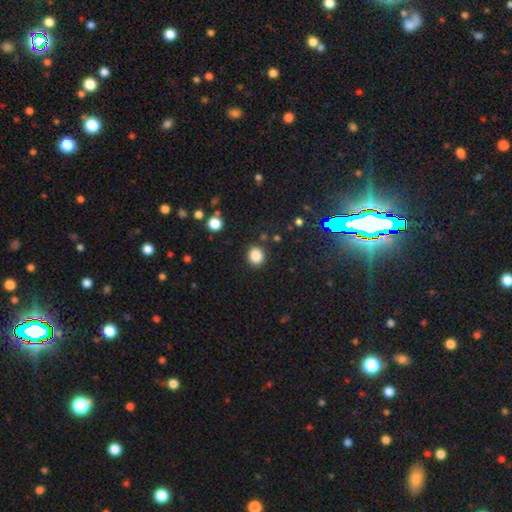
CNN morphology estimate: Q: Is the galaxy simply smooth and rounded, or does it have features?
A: smooth — 86%.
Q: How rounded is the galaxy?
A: round — 77%.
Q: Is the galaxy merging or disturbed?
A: none — 87%.